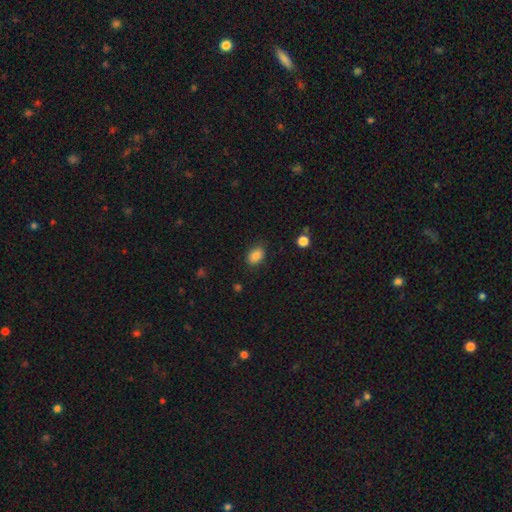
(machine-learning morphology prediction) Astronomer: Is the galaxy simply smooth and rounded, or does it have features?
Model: smooth — 85%.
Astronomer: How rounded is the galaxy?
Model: in between — 77%.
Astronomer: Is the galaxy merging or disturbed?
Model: none — 83%.